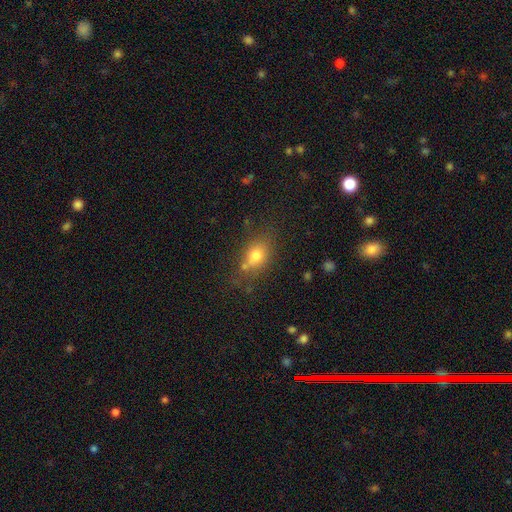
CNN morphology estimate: A smooth galaxy with no disk features (75%) that is in between round and cigar-shaped (64%).

Vote fractions:
- Smooth or featured? smooth: 75% / star or artifact: 13% / featured or disk: 13%
- How rounded? in between: 64% / round: 33% / cigar-shaped: 3%
- Merging? none: 64% / minor disturbance: 18% / merger: 11% / major disturbance: 7%